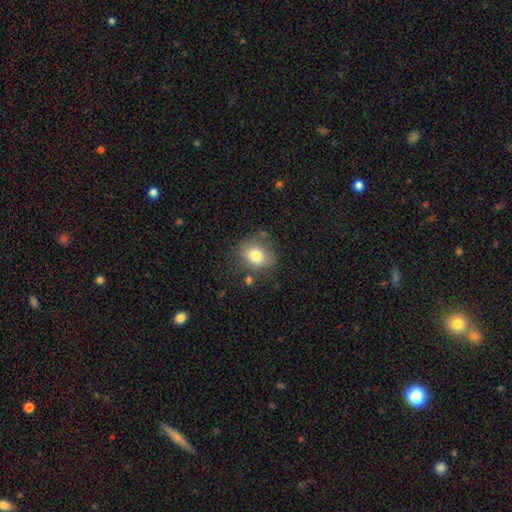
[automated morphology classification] This appears to be a smooth galaxy with no disk features (80%) that is round (56%). Merging: none (70%).